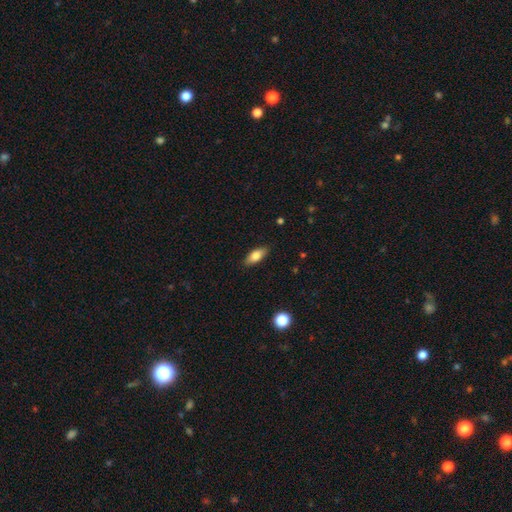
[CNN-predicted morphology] Smooth or featured? Predicted: smooth (p=0.77). How rounded? Predicted: in between (p=0.78). Merging? Predicted: none (p=0.87).